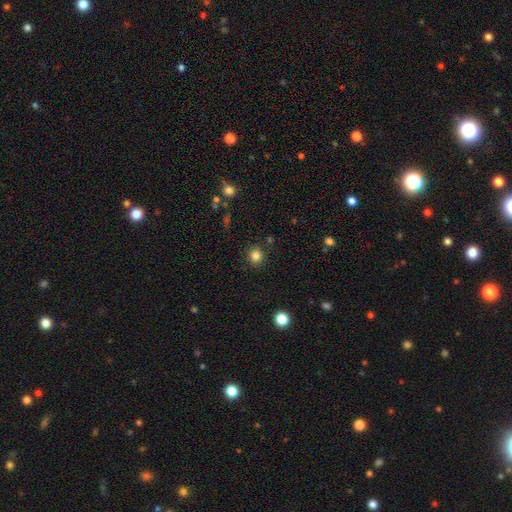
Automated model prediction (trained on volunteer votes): A smooth galaxy with no disk features (83%) that is round (92%).

Vote fractions:
- Smooth or featured? smooth: 83% / star or artifact: 13% / featured or disk: 5%
- How rounded? round: 92% / in between: 7% / cigar-shaped: 1%
- Merging? none: 89% / minor disturbance: 6% / major disturbance: 2% / merger: 2%